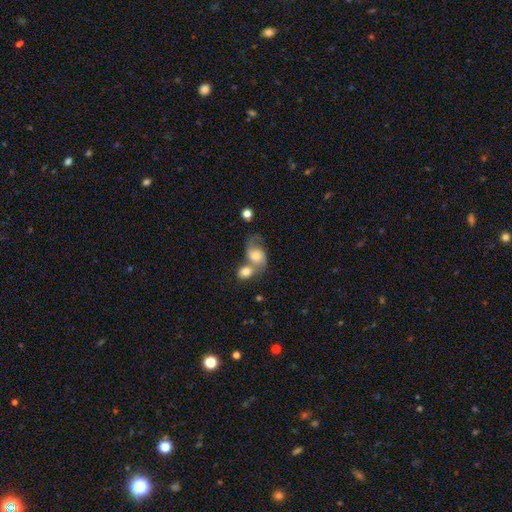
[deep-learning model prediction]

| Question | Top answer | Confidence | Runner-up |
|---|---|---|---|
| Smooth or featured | smooth | 48% | featured or disk (44%) |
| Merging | merger | 55% | none (24%) |